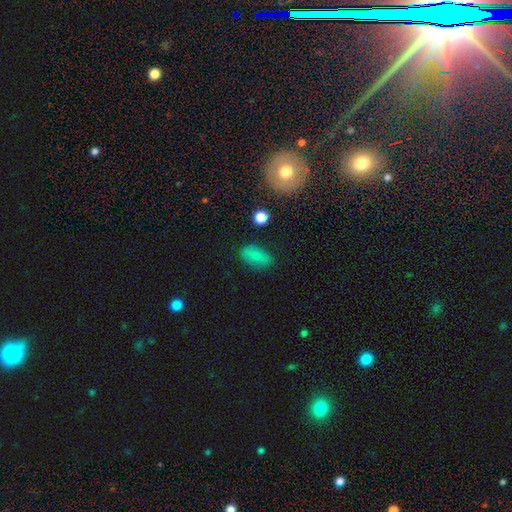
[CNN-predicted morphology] The model was most divided on "smooth or featured": smooth: 77%, featured or disk: 12%, star or artifact: 12%. More confident: how rounded — in between (89%); merging — none (80%).